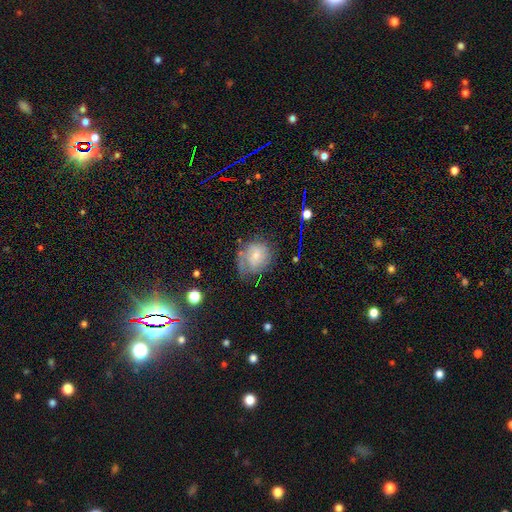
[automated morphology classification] The model was most divided on "smooth or featured": featured or disk: 46%, smooth: 44%, star or artifact: 10%. Remaining: merging — none (48%).